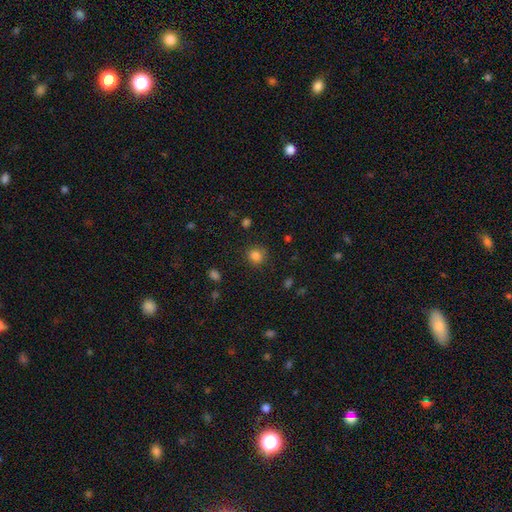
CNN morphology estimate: This is clearly a smooth galaxy (83%). How rounded: likely round (80%). Merging: clearly none (83%).